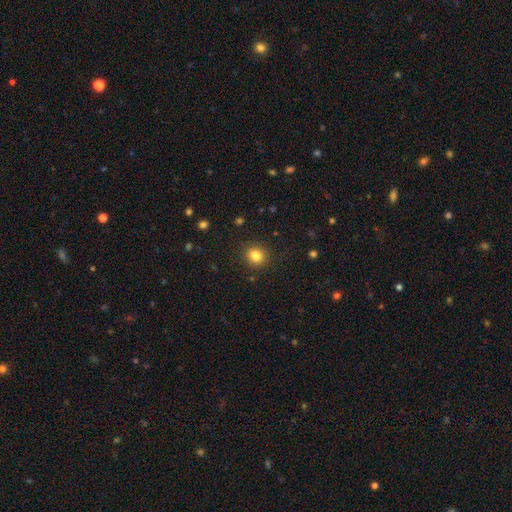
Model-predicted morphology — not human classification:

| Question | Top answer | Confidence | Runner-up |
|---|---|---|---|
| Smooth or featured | smooth | 82% | star or artifact (12%) |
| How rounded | round | 85% | in between (14%) |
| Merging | none | 90% | minor disturbance (7%) |